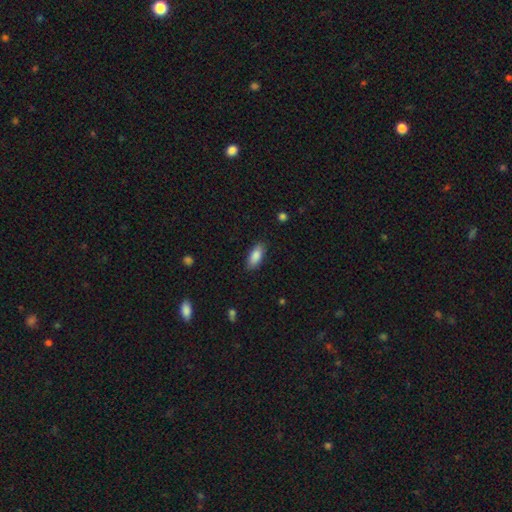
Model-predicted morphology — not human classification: Smooth or featured?
  - smooth: 87% *
  - star or artifact: 7%
  - featured or disk: 7%
How rounded?
  - in between: 86% *
  - cigar-shaped: 12%
  - round: 2%
Merging?
  - none: 85% *
  - minor disturbance: 11%
  - major disturbance: 3%
  - merger: 1%